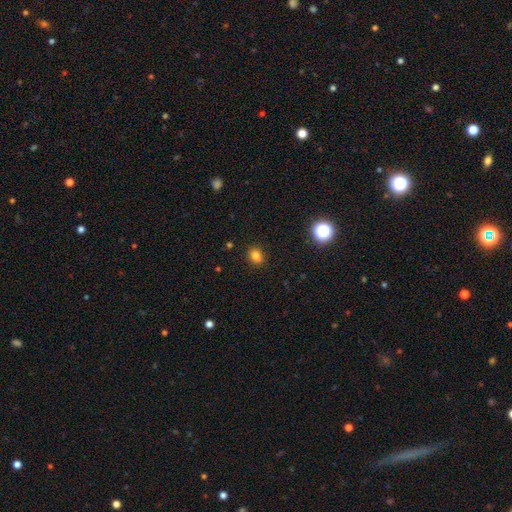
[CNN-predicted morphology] The model was most divided on "how rounded": in between: 58%, round: 40%, cigar-shaped: 1%. More confident: merging — none (85%); smooth or featured — smooth (80%).